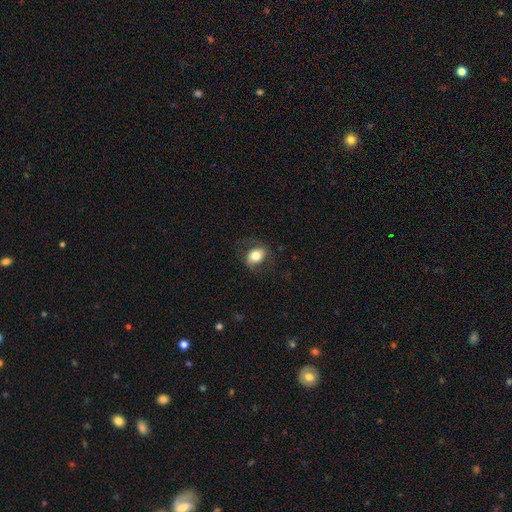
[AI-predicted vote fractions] Morphology: type=smooth (71%); roundness=in between (72%); merging=none (73%).